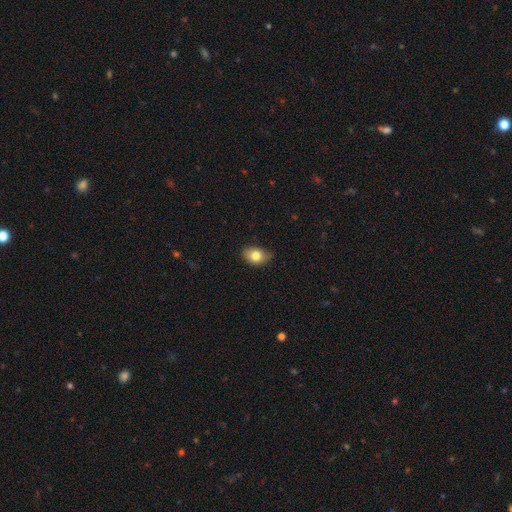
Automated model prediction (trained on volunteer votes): Overall: smooth (79%). How rounded: in between (78%). Merging: none (70%).